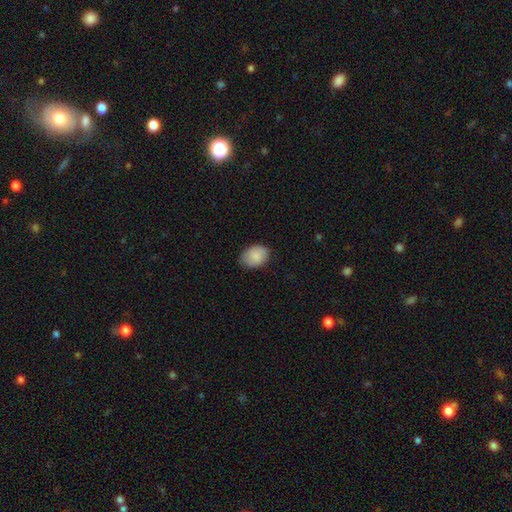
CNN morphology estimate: Smooth or featured?
  - smooth: 87% *
  - star or artifact: 6%
  - featured or disk: 6%
How rounded?
  - in between: 76% *
  - round: 23%
  - cigar-shaped: 1%
Merging?
  - none: 81% *
  - minor disturbance: 15%
  - major disturbance: 3%
  - merger: 1%